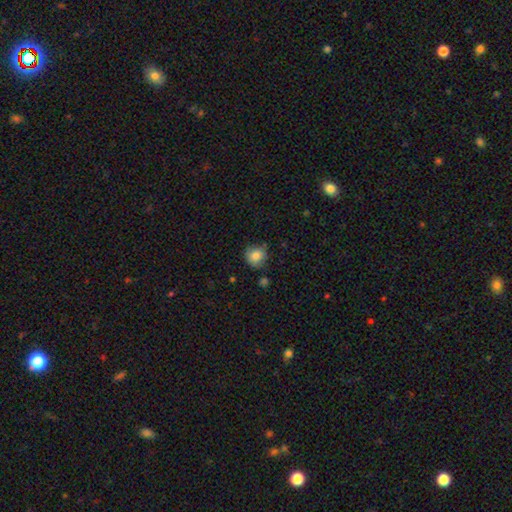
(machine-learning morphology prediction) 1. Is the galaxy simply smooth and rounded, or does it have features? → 82% smooth, 10% star or artifact, 8% featured or disk.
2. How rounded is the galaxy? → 87% round, 12% in between, 1% cigar-shaped.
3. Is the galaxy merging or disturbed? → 75% none, 18% minor disturbance, 4% merger, 3% major disturbance.